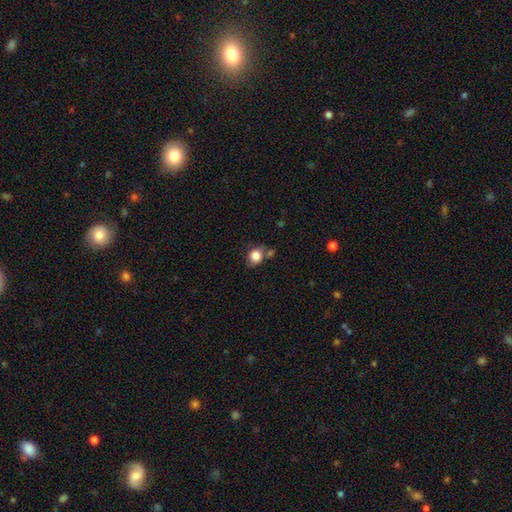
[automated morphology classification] type=smooth (84%); roundness=round (71%); merging=none (62%).